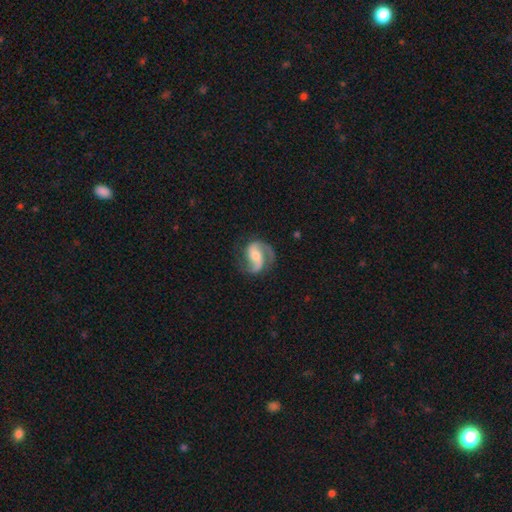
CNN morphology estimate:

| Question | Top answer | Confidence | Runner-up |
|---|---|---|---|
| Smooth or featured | featured or disk | 86% | smooth (9%) |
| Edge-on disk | no | 98% | yes (2%) |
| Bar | weak | 38% | no (36%) |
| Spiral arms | yes | 97% | no (3%) |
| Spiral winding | medium | 50% | loose (34%) |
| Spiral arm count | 2 | 89% | 1 (5%) |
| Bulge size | moderate | 55% | small (34%) |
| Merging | none | 71% | minor disturbance (17%) |